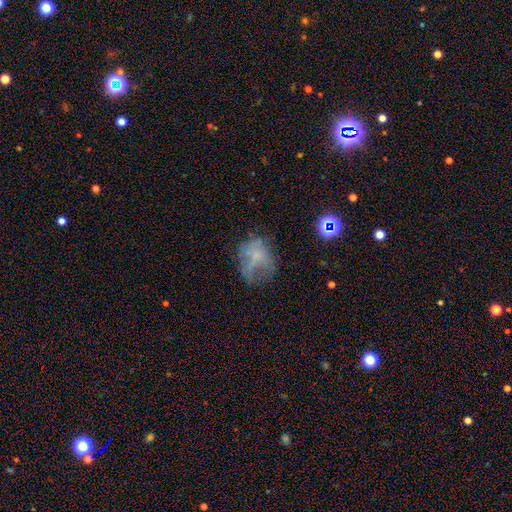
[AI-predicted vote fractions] smooth-or-featured: smooth: 46% | featured or disk: 35% | star or artifact: 19%
  merging: none: 39% | major disturbance: 32% | minor disturbance: 25% | merger: 4%